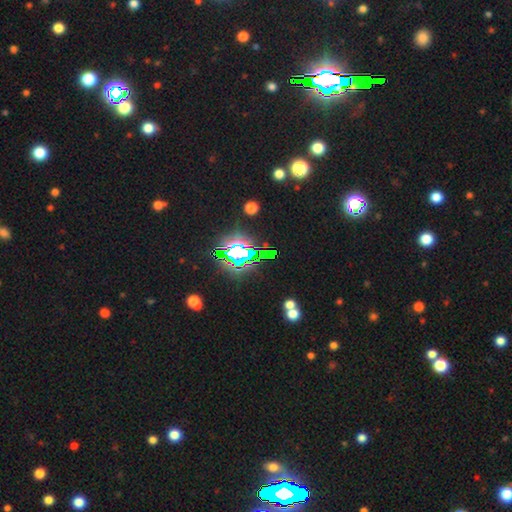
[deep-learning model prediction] Morphology: type=star or artifact (77%).